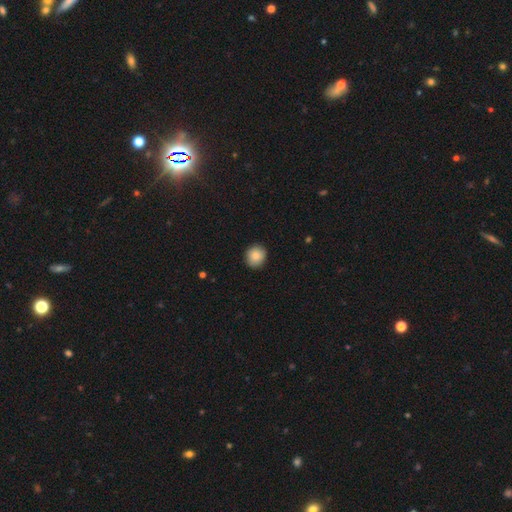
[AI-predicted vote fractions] Overall: smooth (86%). How rounded: round (85%). Merging: none (90%).